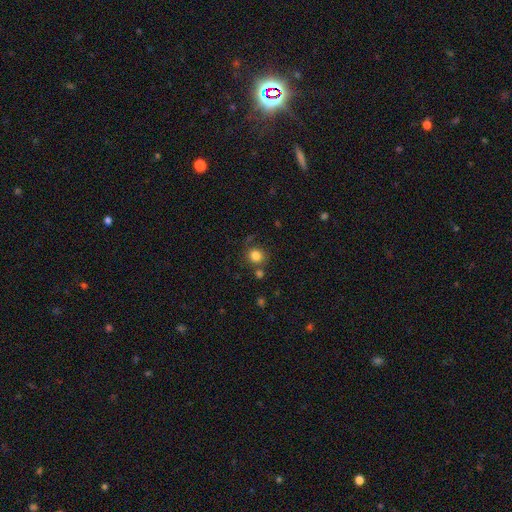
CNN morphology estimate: smooth-or-featured: smooth: 82% | star or artifact: 12% | featured or disk: 6%
  how-rounded: round: 88% | in between: 11% | cigar-shaped: 1%
  merging: none: 76% | merger: 10% | minor disturbance: 10% | major disturbance: 4%